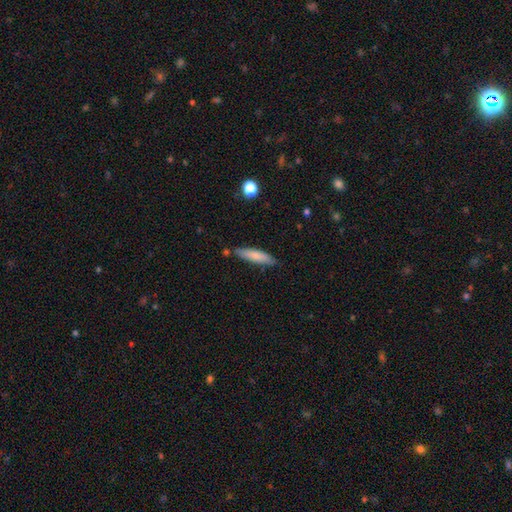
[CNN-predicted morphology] Overall: smooth (77%). How rounded: cigar-shaped (78%). Merging: none (80%).